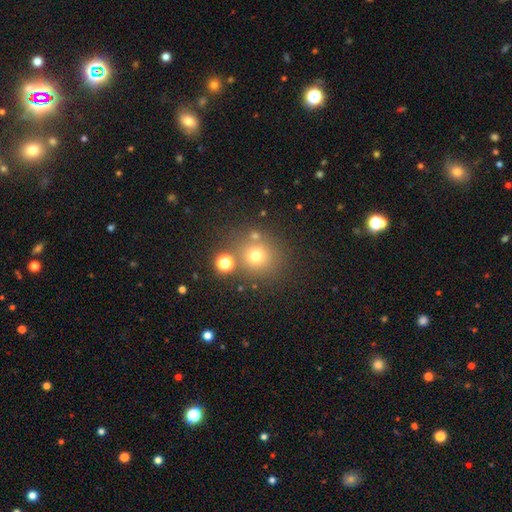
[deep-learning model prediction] The model was most divided on "smooth or featured": smooth: 70%, star or artifact: 19%, featured or disk: 11%. More confident: how rounded — round (88%); merging — none (74%).